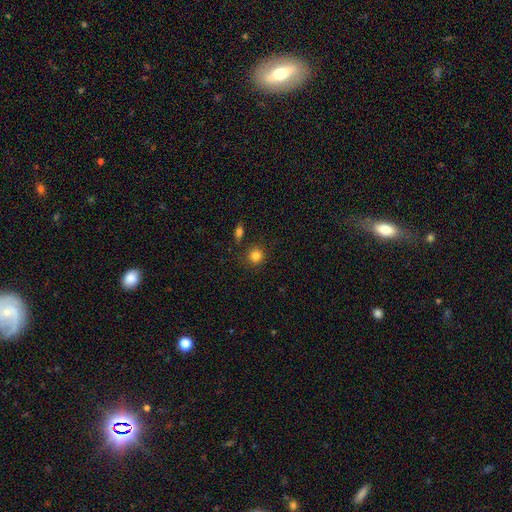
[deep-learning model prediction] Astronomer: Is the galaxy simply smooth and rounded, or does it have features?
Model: smooth — 84%.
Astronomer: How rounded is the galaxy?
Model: round — 90%.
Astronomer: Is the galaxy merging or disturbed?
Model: none — 84%.